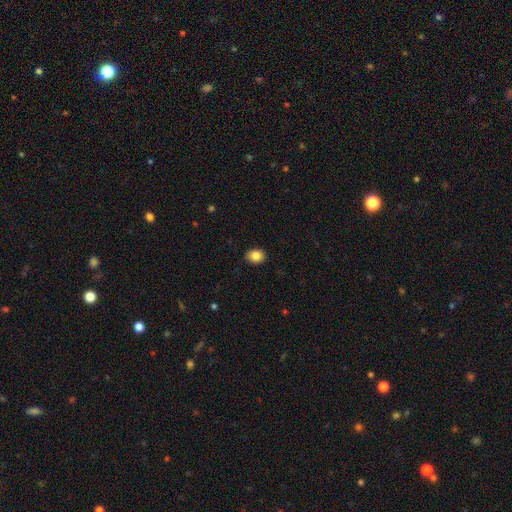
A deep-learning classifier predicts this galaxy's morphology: The model was most divided on "how rounded": in between: 53%, round: 46%, cigar-shaped: 1%. More confident: merging — none (91%); smooth or featured — smooth (85%).